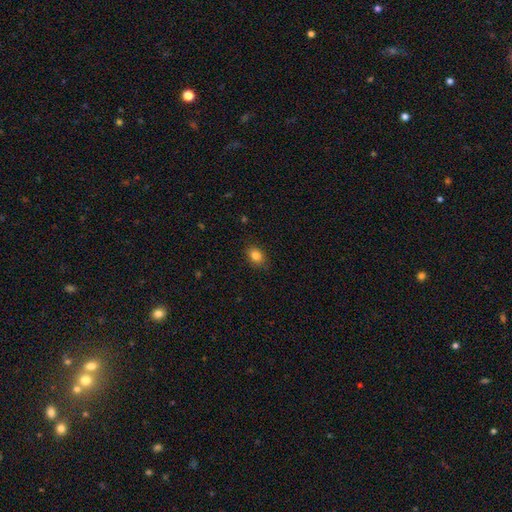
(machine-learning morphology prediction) Overall: smooth (84%). How rounded: in between (64%; round 34%). Merging: none (86%).